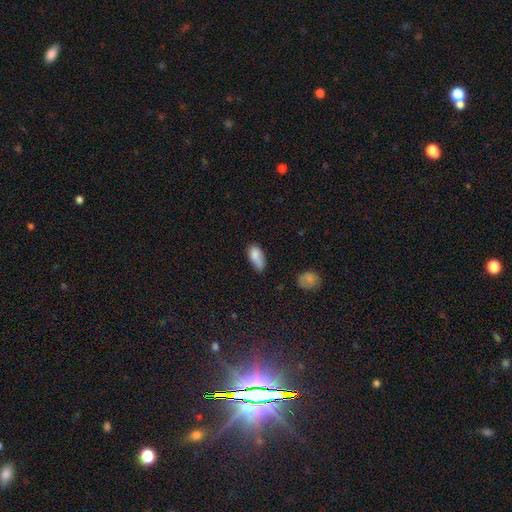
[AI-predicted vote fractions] Morphology: type=smooth (81%); roundness=in between (87%); merging=none (40%).